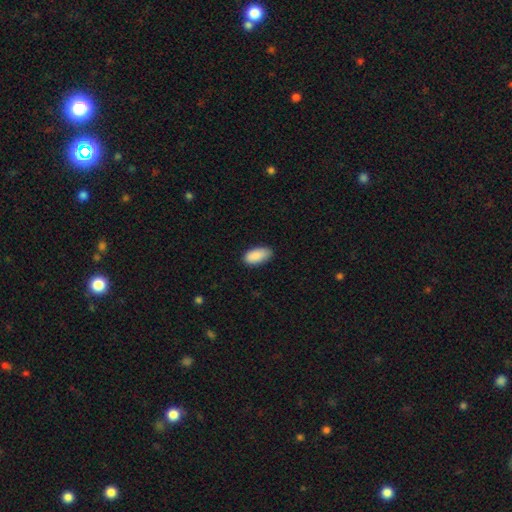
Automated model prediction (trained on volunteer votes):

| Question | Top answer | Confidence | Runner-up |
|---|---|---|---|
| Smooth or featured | smooth | 90% | star or artifact (6%) |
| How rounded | in between | 94% | cigar-shaped (4%) |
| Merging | none | 80% | minor disturbance (17%) |